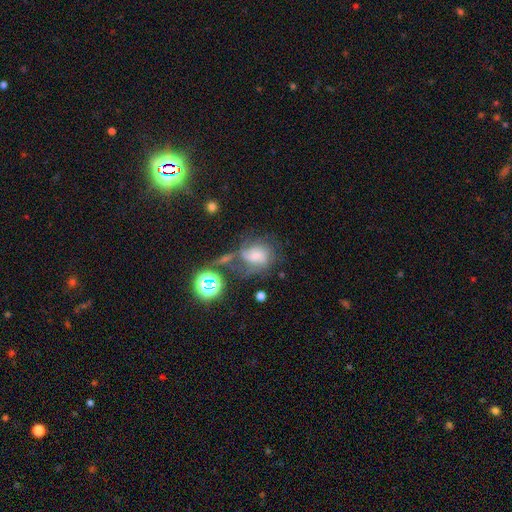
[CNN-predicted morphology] Smooth or featured?
  - featured or disk: 51% *
  - smooth: 33%
  - star or artifact: 17%
Edge-on disk?
  - no: 97% *
  - yes: 3%
Merging?
  - major disturbance: 33% *
  - none: 30%
  - merger: 19%
  - minor disturbance: 19%